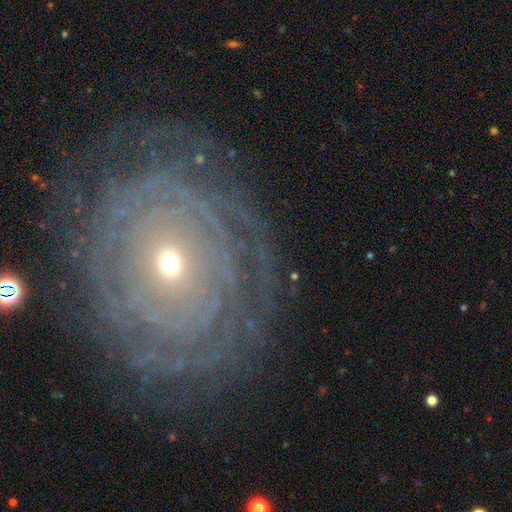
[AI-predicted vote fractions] Overall: featured or disk (82%). Edge-on disk: no (96%). Bar: no (81%). Spiral arms: yes (88%). Spiral arm count: can't tell (39%; more than 4 21%). Spiral winding: tight (88%). Bulge size: small (64%; moderate 32%). Merging: none (78%).